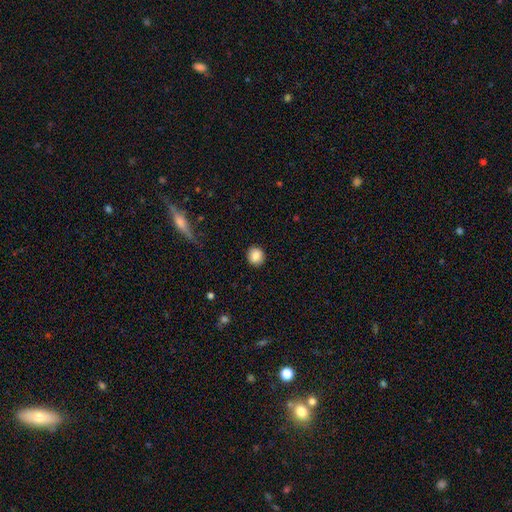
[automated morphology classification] smooth_or_featured: smooth (p=0.87) [alt: star or artifact p=0.09]
how_rounded: round (p=0.87) [alt: in between p=0.12]
merging: none (p=0.91) [alt: minor disturbance p=0.06]